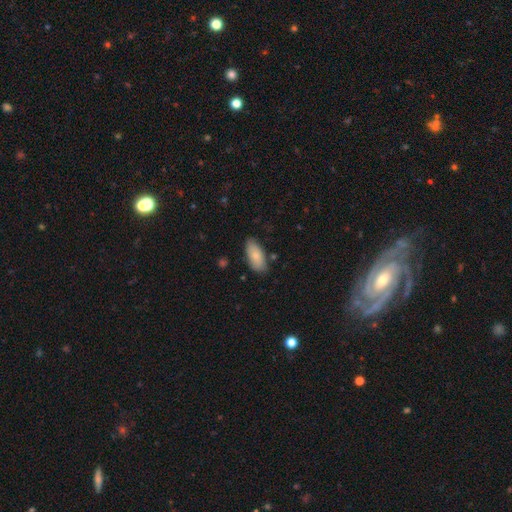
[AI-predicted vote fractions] This is clearly a smooth galaxy (81%). How rounded: clearly in between (90%). Merging: likely none (79%).